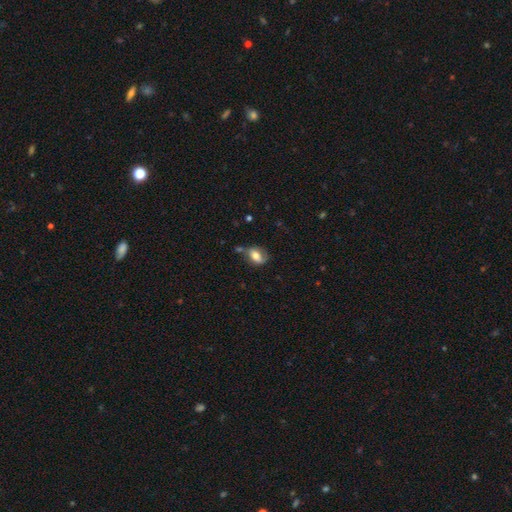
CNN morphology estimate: Overall: smooth (59%; featured or disk 32%). How rounded: in between (74%). Merging: none (49%; minor disturbance 28%).